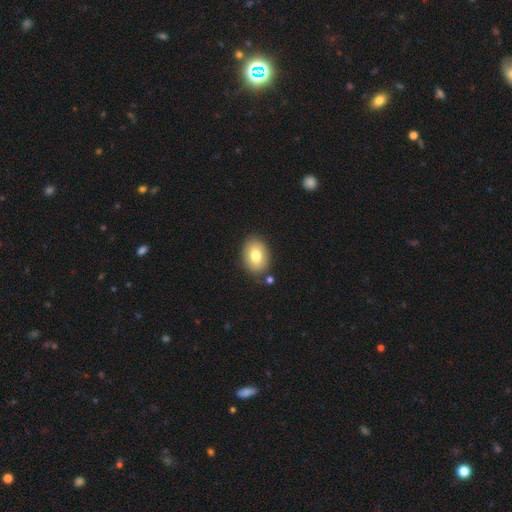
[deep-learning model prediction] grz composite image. It shows a smooth galaxy with no disk features (78%) that is in between round and cigar-shaped (77%). Merging: none (82%).